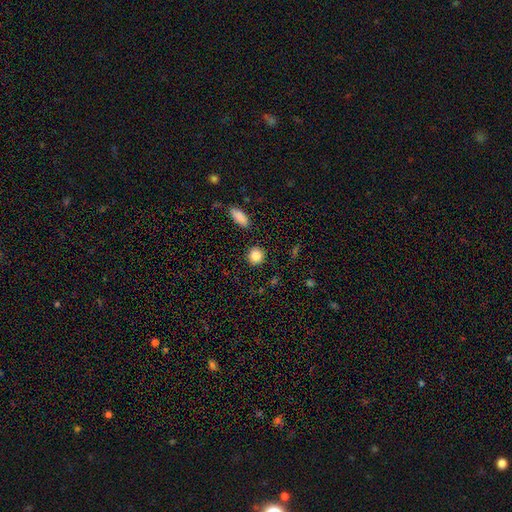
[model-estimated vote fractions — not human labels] The model was most divided on "smooth or featured": smooth: 86%, star or artifact: 9%, featured or disk: 5%. More confident: how rounded — round (90%); merging — none (90%).